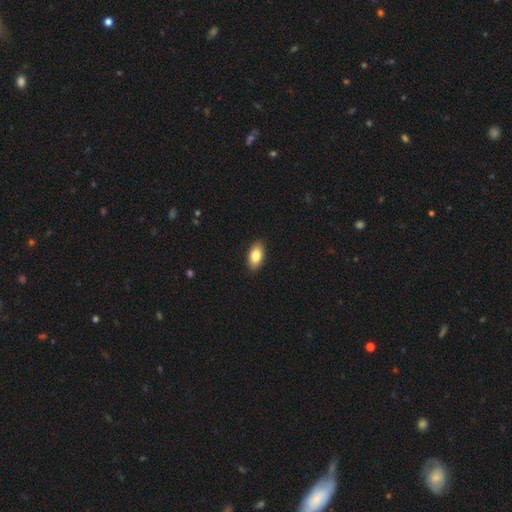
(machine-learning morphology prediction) Smooth or featured? Predicted: smooth (p=0.84). How rounded? Predicted: in between (p=0.93). Merging? Predicted: none (p=0.90).